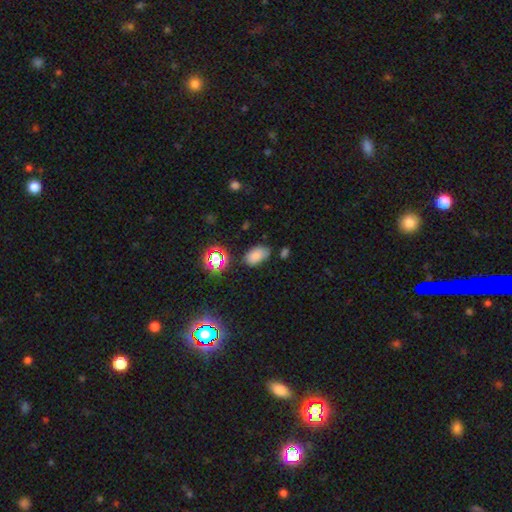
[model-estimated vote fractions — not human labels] smooth_or_featured: smooth (p=0.75) [alt: star or artifact p=0.17]
how_rounded: in between (p=0.90) [alt: round p=0.08]
merging: none (p=0.70) [alt: minor disturbance p=0.21]